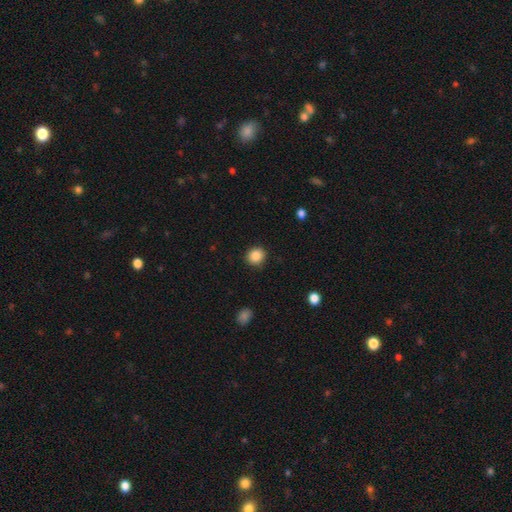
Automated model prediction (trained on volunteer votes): smooth 87%, star or artifact 9%, featured or disk 4%. Down the decision tree: how rounded — round (87%); merging — none (90%).